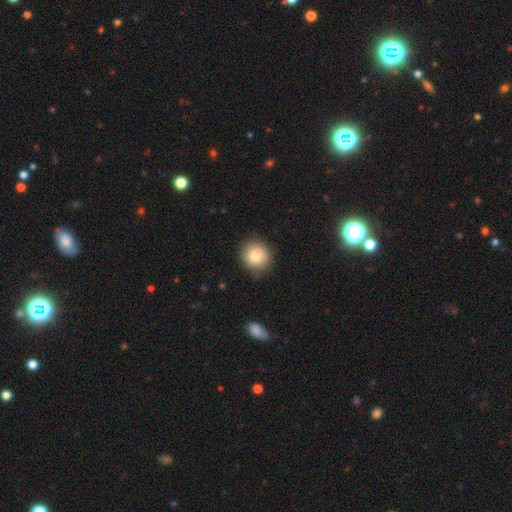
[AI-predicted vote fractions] smooth 81%, featured or disk 10%, star or artifact 9%. Down the decision tree: how rounded — round (87%); merging — none (83%).